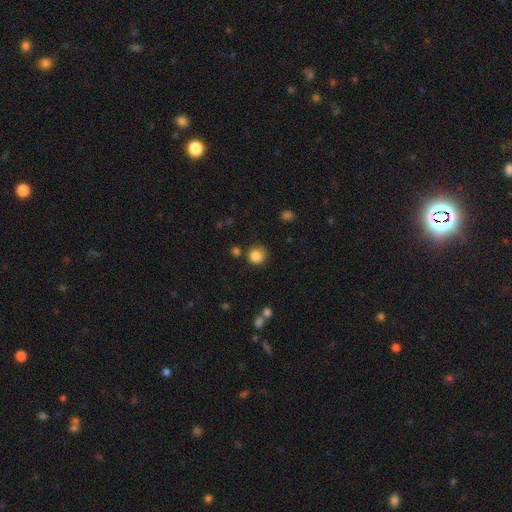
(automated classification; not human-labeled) Smooth or featured?
  - smooth: 85% *
  - star or artifact: 10%
  - featured or disk: 4%
How rounded?
  - round: 92% *
  - in between: 7%
  - cigar-shaped: 1%
Merging?
  - none: 79% *
  - minor disturbance: 12%
  - merger: 6%
  - major disturbance: 4%